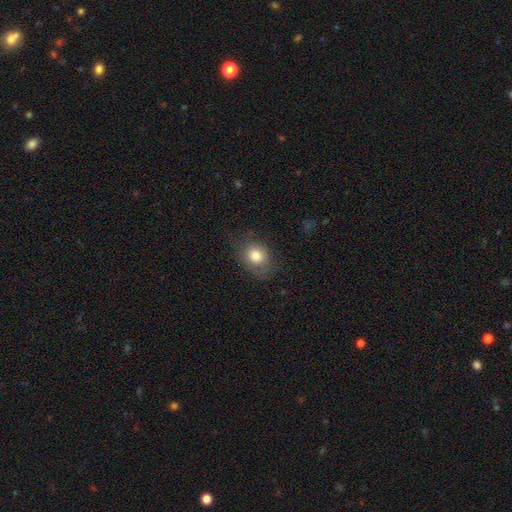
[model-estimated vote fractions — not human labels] Morphology: type=smooth (79%); roundness=round (54%); merging=none (71%).